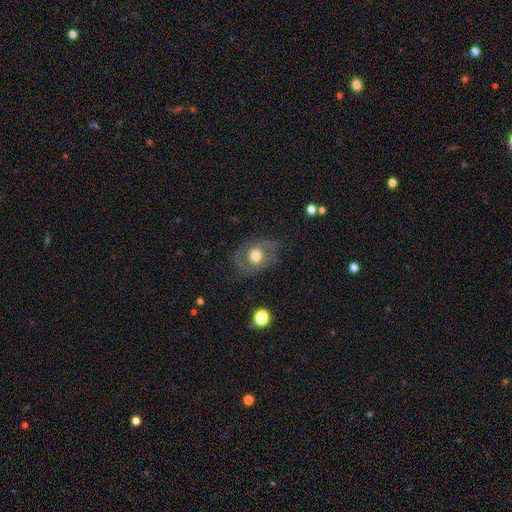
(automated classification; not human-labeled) featured or disk 57%, smooth 34%, star or artifact 8%. Down the decision tree: edge-on disk — no (95%); bar — no (79%); spiral arms — yes (68%); bulge size — moderate (53%); merging — none (68%).